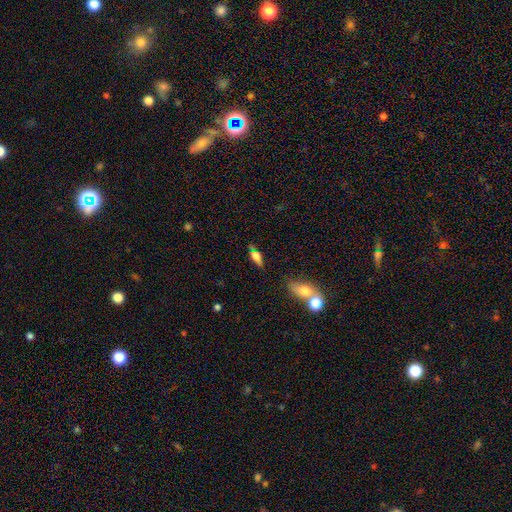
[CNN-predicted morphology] This appears to be a smooth galaxy with no disk features (68%) that is in between round and cigar-shaped (68%). Merging: none (55%).